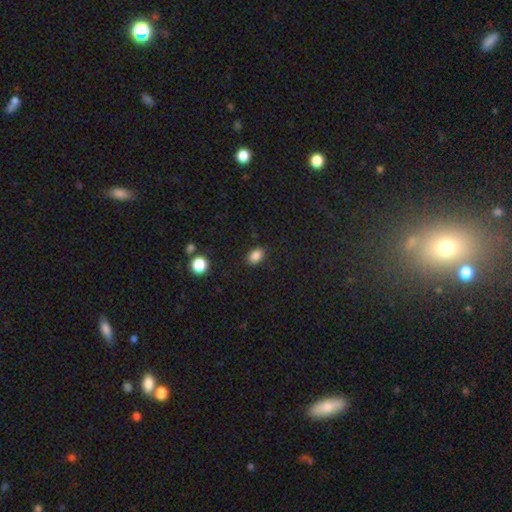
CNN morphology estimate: Overall: smooth (85%). How rounded: in between (76%). Merging: none (85%).